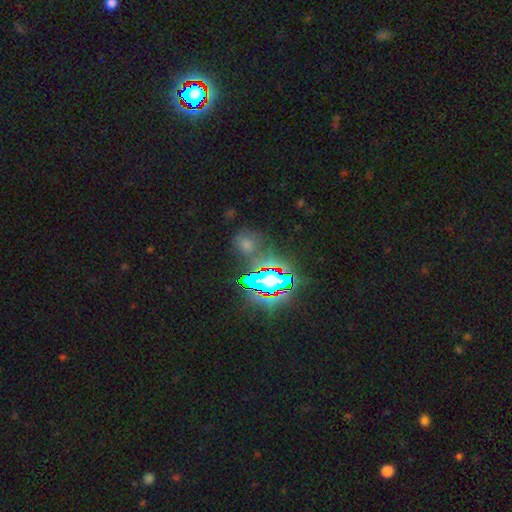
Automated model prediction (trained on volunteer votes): The model was most divided on "smooth or featured": star or artifact: 84%, smooth: 9%, featured or disk: 7%.